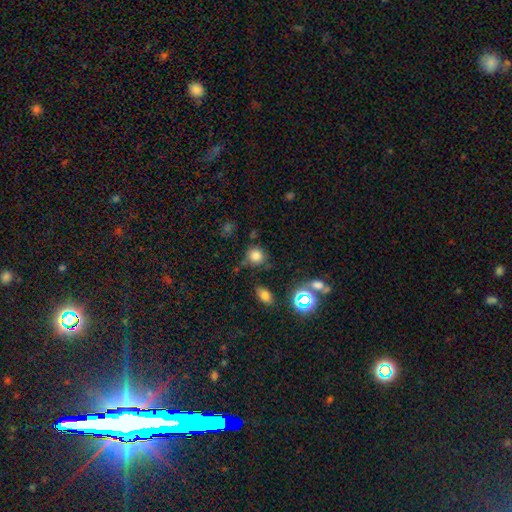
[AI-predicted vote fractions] smooth 77%, star or artifact 16%, featured or disk 7%. Down the decision tree: how rounded — round (86%); merging — none (72%).